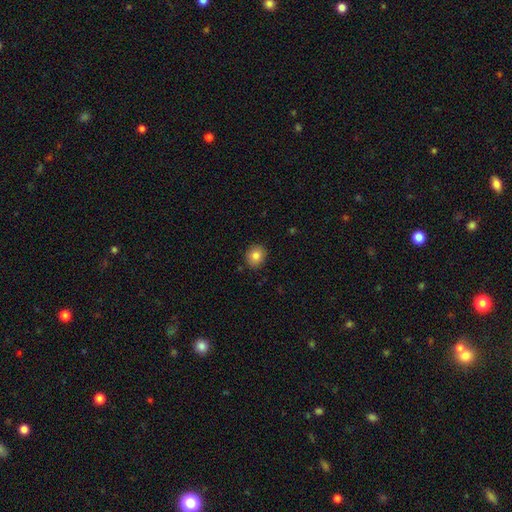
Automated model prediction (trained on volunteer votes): This is clearly a smooth galaxy (83%). How rounded: likely round (78%). Merging: clearly none (89%).